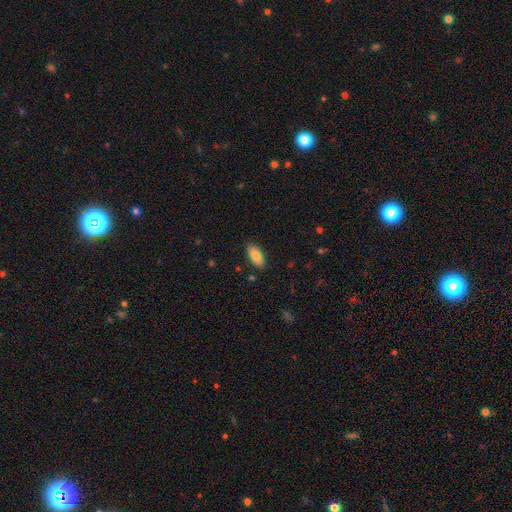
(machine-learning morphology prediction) Smooth or featured? Predicted: smooth (p=0.83). How rounded? Predicted: in between (p=0.91). Merging? Predicted: none (p=0.86).